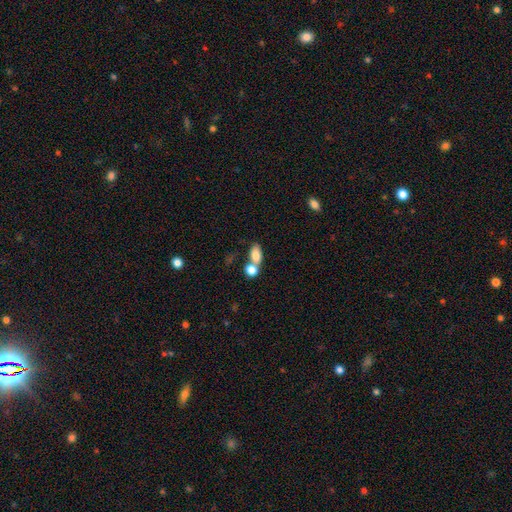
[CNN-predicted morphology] The model was most divided on "merging": merger: 49%, none: 37%, minor disturbance: 9%, major disturbance: 5%. More confident: how rounded — in between (84%); smooth or featured — smooth (81%).